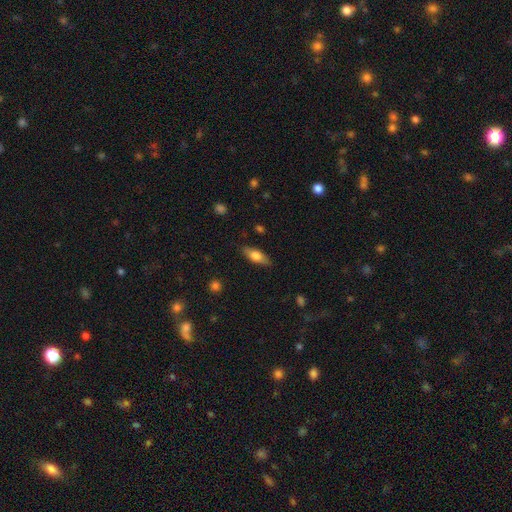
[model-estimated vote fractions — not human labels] Smooth or featured? Predicted: smooth (p=0.67). How rounded? Predicted: in between (p=0.70). Merging? Predicted: none (p=0.84).